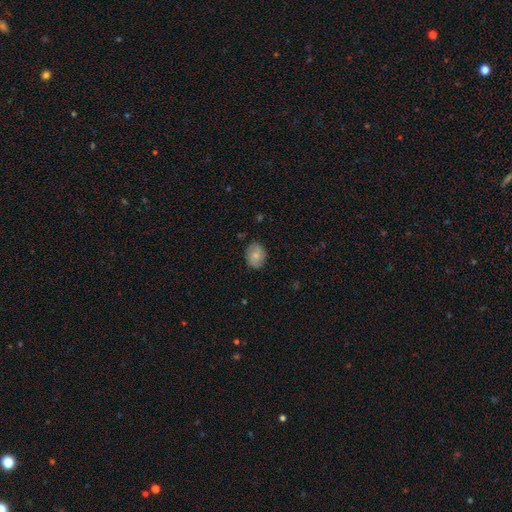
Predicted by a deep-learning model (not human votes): This appears to be a smooth galaxy with no disk features (72%) that is in between round and cigar-shaped (55%). Merging: none (82%).